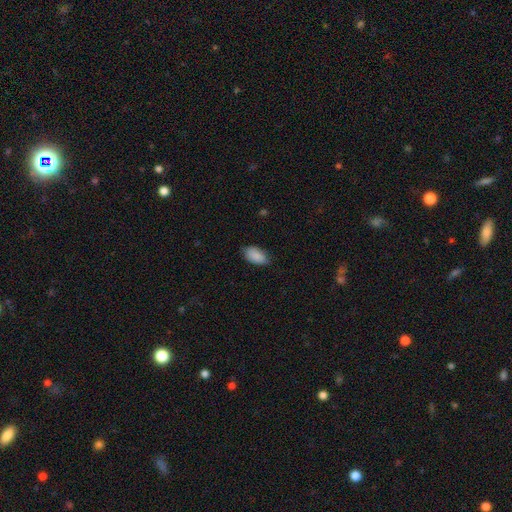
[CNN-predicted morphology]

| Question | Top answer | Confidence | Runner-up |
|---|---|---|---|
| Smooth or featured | smooth | 88% | star or artifact (6%) |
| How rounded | in between | 94% | round (3%) |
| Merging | none | 76% | minor disturbance (20%) |